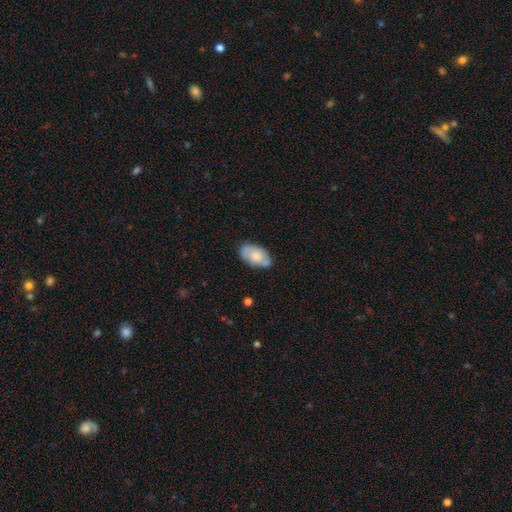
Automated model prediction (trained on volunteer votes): Overall: smooth (70%). How rounded: in between (94%). Merging: none (69%).